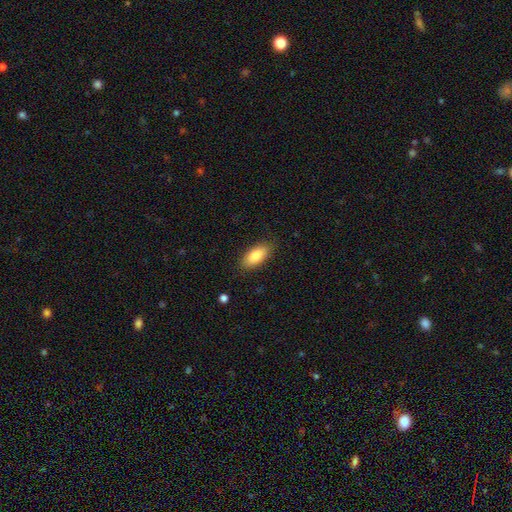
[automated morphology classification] smooth 85%, featured or disk 9%, star or artifact 6%. Down the decision tree: how rounded — in between (86%); merging — none (85%).